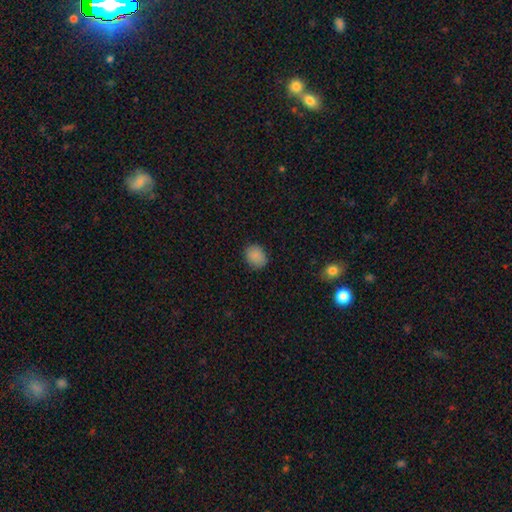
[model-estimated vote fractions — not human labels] This is clearly a smooth galaxy (87%). How rounded: likely round (63%). Merging: clearly none (86%).